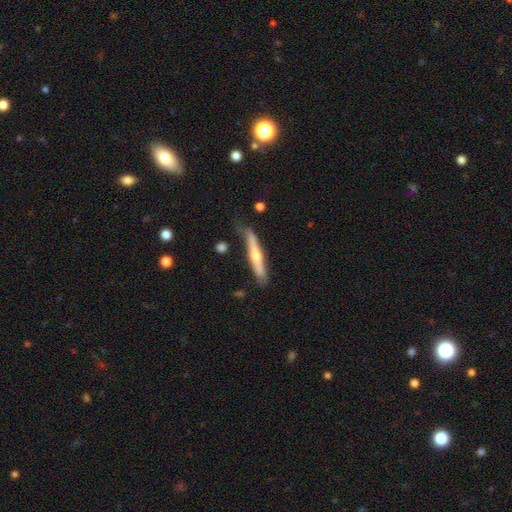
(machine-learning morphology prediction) Smooth or featured: featured or disk — 55% (smooth — 40%)
Edge-on disk: yes — 92% (no — 8%)
Edge-on bulge: rounded — 87% (none — 9%)
Merging: none — 67% (minor disturbance — 24%)